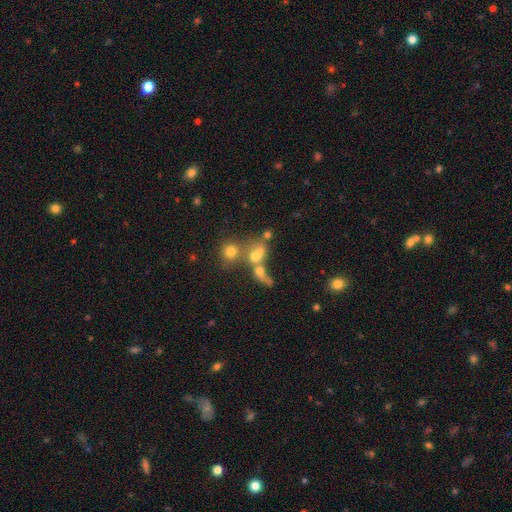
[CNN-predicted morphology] A smooth galaxy with no disk features (55%) that is in between round and cigar-shaped (49%).

Vote fractions:
- Smooth or featured? smooth: 55% / featured or disk: 26% / star or artifact: 19%
- How rounded? in between: 49% / round: 45% / cigar-shaped: 5%
- Merging? merger: 59% / none: 21% / major disturbance: 12% / minor disturbance: 8%